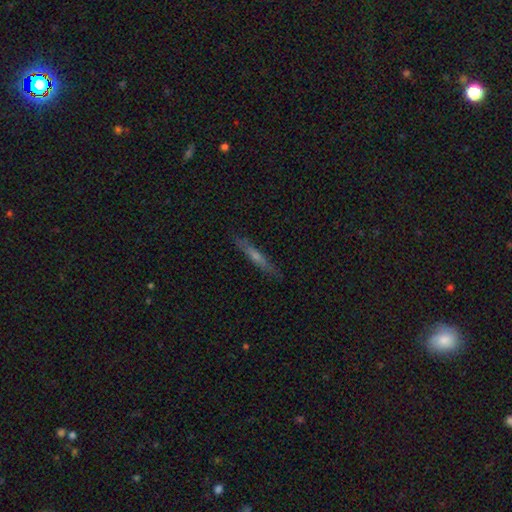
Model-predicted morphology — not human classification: Q: Smooth or featured?
A: featured or disk (57%); runner-up: smooth (35%)
Q: Edge-on disk?
A: yes (93%); runner-up: no (7%)
Q: Edge-on bulge?
A: rounded (56%); runner-up: none (37%)
Q: Merging?
A: none (88%); runner-up: minor disturbance (9%)